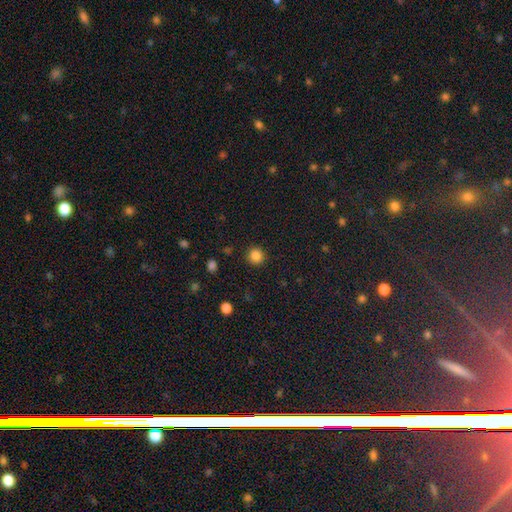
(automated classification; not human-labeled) This appears to be a smooth galaxy with no disk features (85%) that is round (92%). Merging: none (90%).